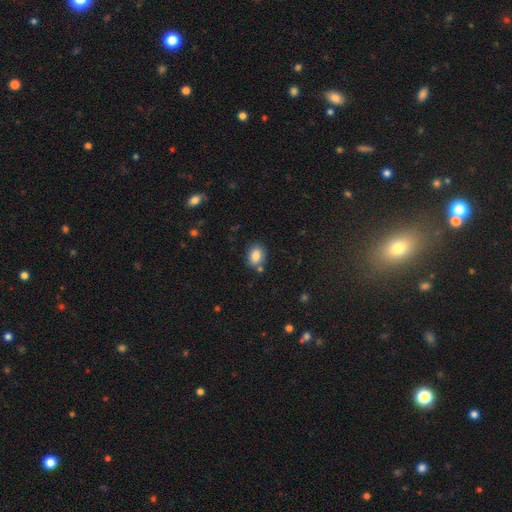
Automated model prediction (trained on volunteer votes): Q: Smooth or featured?
A: smooth (84%); runner-up: star or artifact (9%)
Q: How rounded?
A: in between (66%); runner-up: round (33%)
Q: Merging?
A: none (77%); runner-up: minor disturbance (13%)